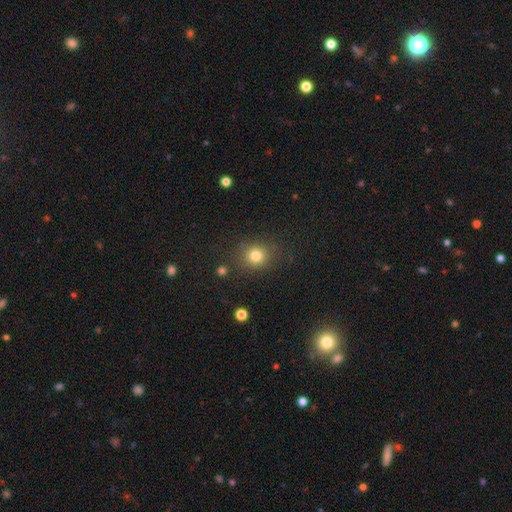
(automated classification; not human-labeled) A smooth galaxy with no disk features (80%) that is round (77%). Merging: none (82%).